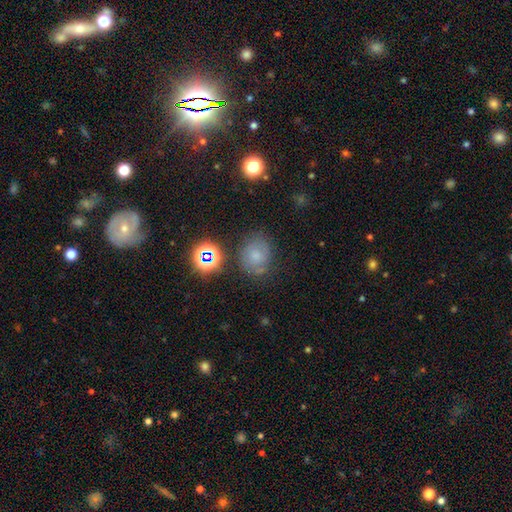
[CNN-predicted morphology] Smooth or featured? smooth (45%)
Merging? none (67%)